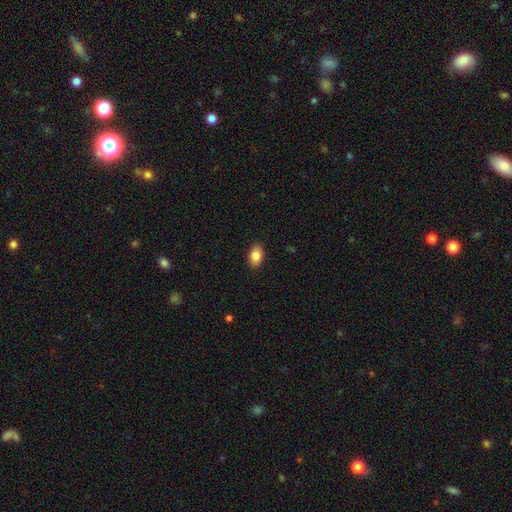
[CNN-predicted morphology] Smooth or featured: smooth — 85% (featured or disk — 8%)
How rounded: in between — 91% (round — 8%)
Merging: none — 90% (minor disturbance — 8%)